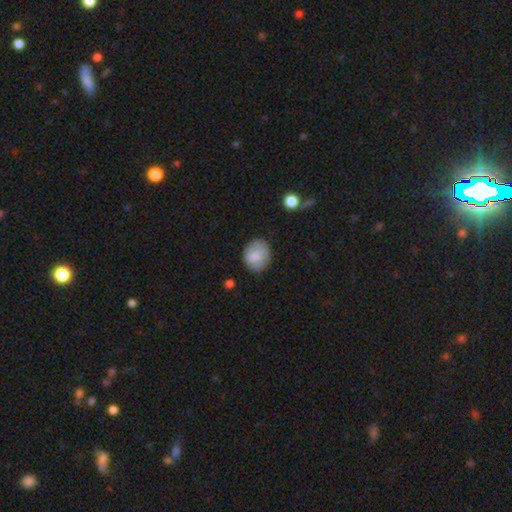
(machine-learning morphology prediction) Overall: smooth (78%). How rounded: round (60%; in between 39%). Merging: none (72%).